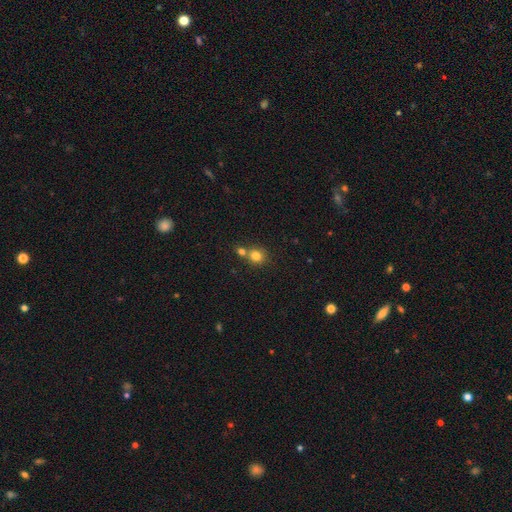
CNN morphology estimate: type=smooth (80%); roundness=round (83%); merging=none (55%).